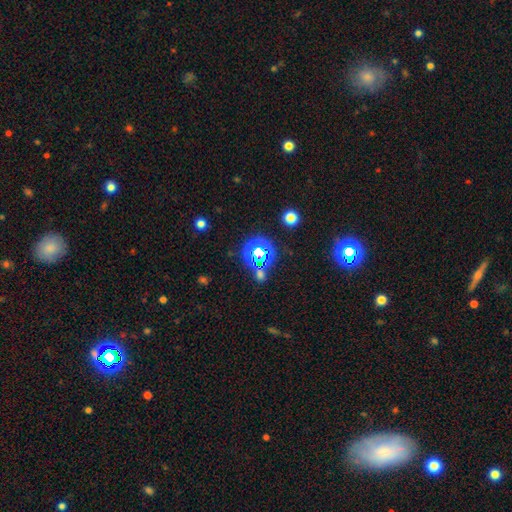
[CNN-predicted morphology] smooth_or_featured: star or artifact (p=0.69) [alt: smooth p=0.22]